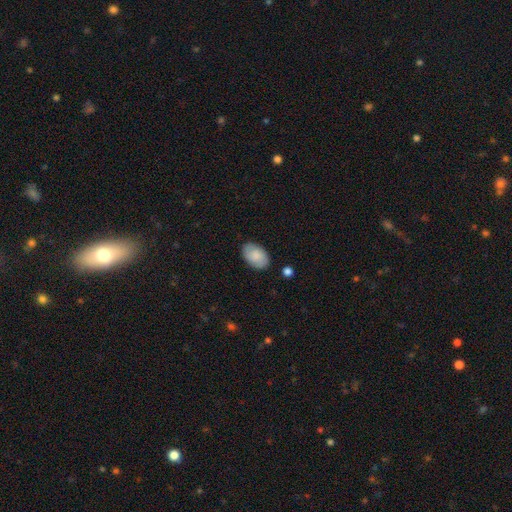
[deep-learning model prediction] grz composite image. It shows a smooth galaxy with no disk features (82%) that is in between round and cigar-shaped (92%). Merging: none (83%).